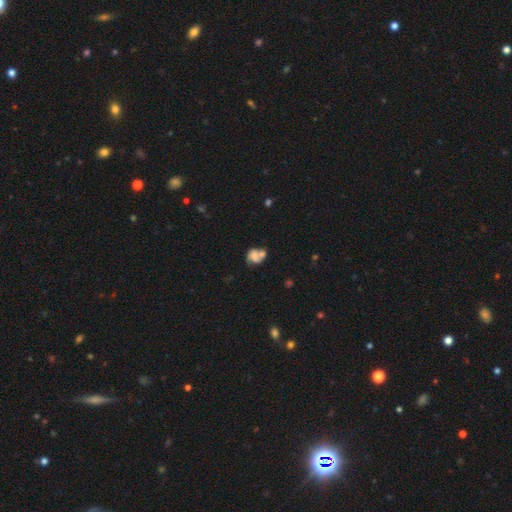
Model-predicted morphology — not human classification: smooth_or_featured: smooth (p=0.57) [alt: featured or disk p=0.31]
how_rounded: round (p=0.49) [tied with: in between p=0.49]
merging: merger (p=0.47) [alt: none p=0.26]